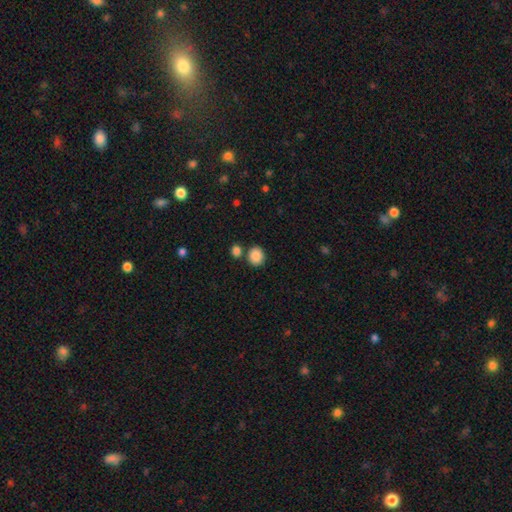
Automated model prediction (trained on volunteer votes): Q: Smooth or featured?
A: smooth (88%); runner-up: star or artifact (9%)
Q: How rounded?
A: round (74%); runner-up: in between (25%)
Q: Merging?
A: none (73%); runner-up: merger (14%)